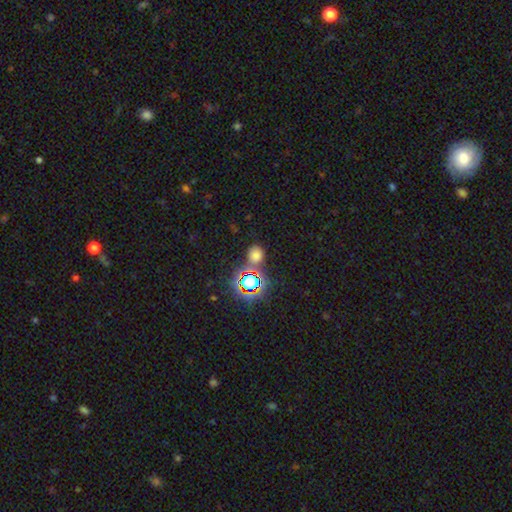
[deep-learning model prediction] smooth_or_featured: smooth (p=0.61) [alt: star or artifact p=0.33]
how_rounded: round (p=0.78) [alt: in between p=0.21]
merging: none (p=0.74) [alt: merger p=0.11]